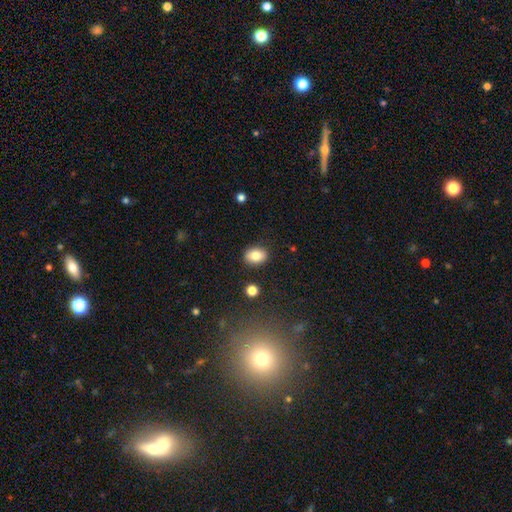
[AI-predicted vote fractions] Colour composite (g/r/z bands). It shows a smooth galaxy with no disk features (83%) that is in between round and cigar-shaped (72%). Merging: none (87%).